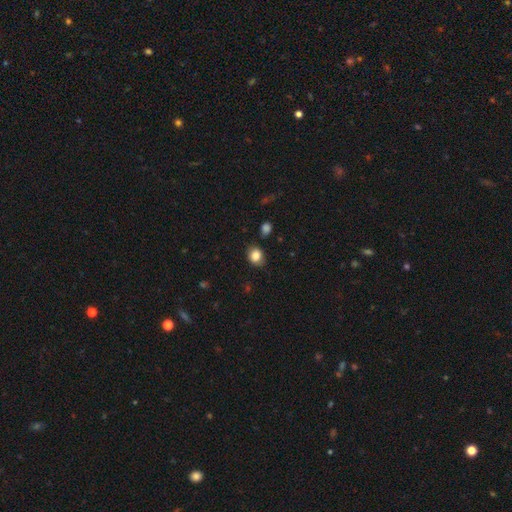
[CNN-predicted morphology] Smooth or featured: smooth — 84% (star or artifact — 10%)
How rounded: round — 61% (in between — 38%)
Merging: none — 78% (minor disturbance — 17%)